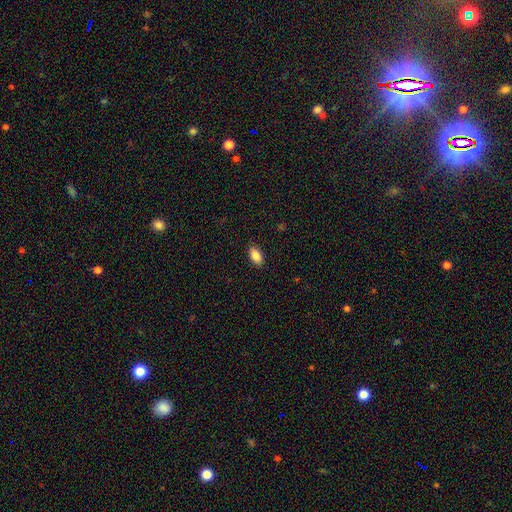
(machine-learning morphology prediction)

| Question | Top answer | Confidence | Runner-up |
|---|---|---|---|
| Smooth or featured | smooth | 88% | star or artifact (7%) |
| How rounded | in between | 93% | round (4%) |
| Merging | none | 88% | minor disturbance (9%) |